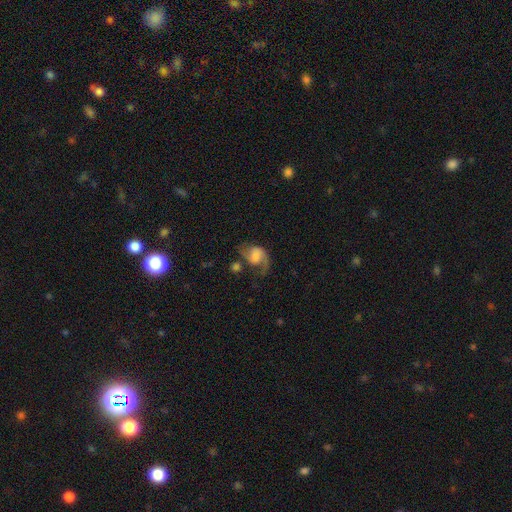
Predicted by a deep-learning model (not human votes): This is possibly a featured or disk galaxy (59%). It is clearly not viewed edge-on (97%). Bar: likely no (61%). Spiral arm pattern: clearly yes (88%). Spiral arm count: likely 2 (60%). Spiral winding: possibly loose (54%). Central bulge: marginally none (39%). Merging: marginally none (38%).